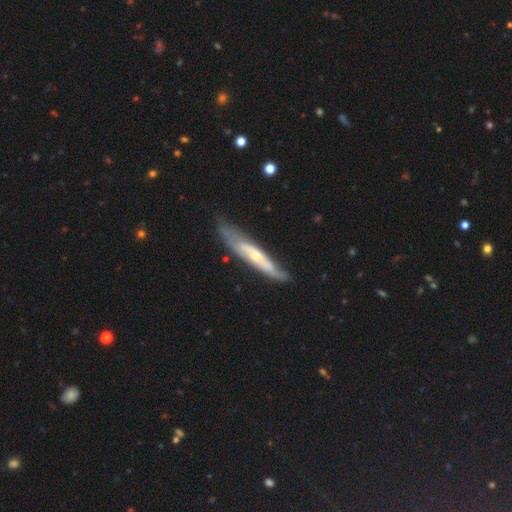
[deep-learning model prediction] featured or disk 62%, smooth 29%, star or artifact 9%. Down the decision tree: edge-on disk — yes (75%); merging — none (75%).